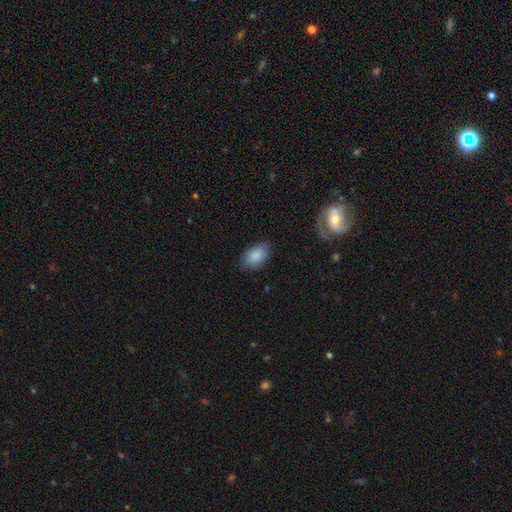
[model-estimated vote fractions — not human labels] Smooth or featured? smooth (87%)
How rounded? in between (92%)
Merging? none (82%)